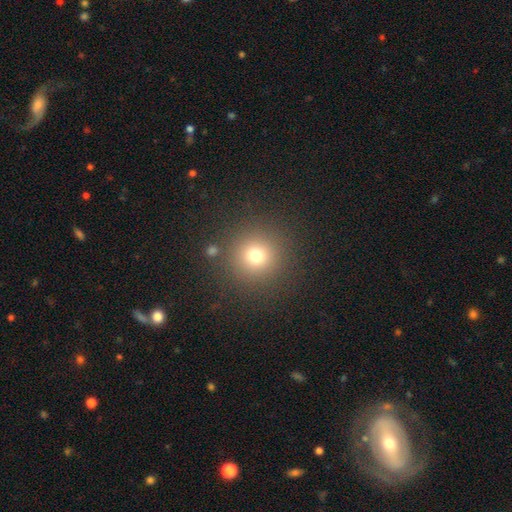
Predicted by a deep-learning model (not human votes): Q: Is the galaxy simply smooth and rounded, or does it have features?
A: smooth — 74%.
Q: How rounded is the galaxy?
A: round — 95%.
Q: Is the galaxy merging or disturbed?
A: none — 87%.